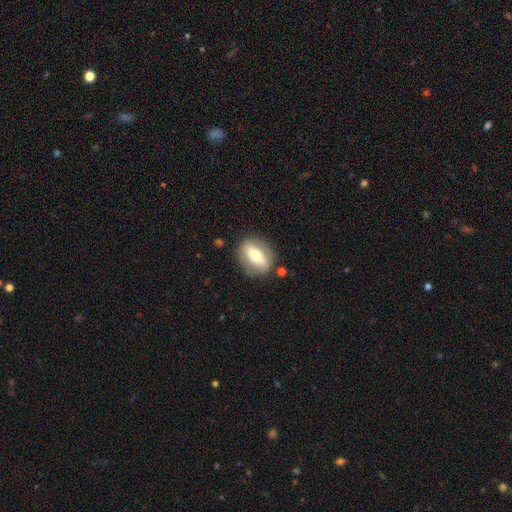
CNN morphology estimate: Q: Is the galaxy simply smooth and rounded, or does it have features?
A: smooth — 52%.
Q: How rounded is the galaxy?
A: in between — 67%.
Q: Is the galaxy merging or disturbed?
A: none — 82%.